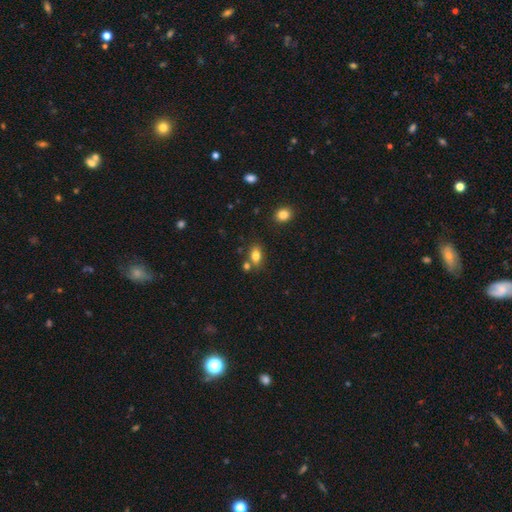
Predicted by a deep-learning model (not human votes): Smooth or featured: smooth — 81% (star or artifact — 10%)
How rounded: in between — 83% (round — 14%)
Merging: none — 69% (merger — 15%)